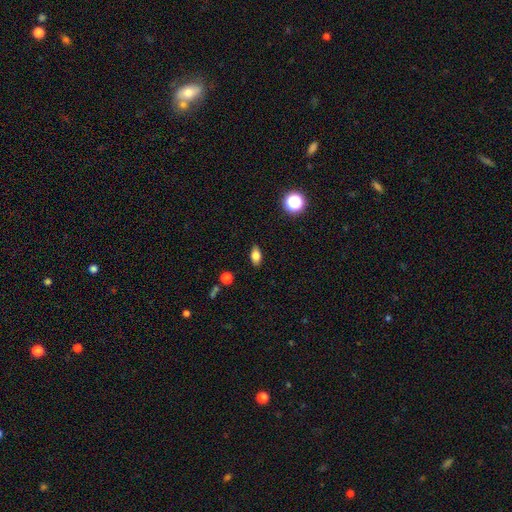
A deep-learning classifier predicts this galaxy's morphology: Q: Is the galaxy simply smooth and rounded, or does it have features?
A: smooth — 80%.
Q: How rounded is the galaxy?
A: in between — 86%.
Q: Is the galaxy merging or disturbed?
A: none — 87%.